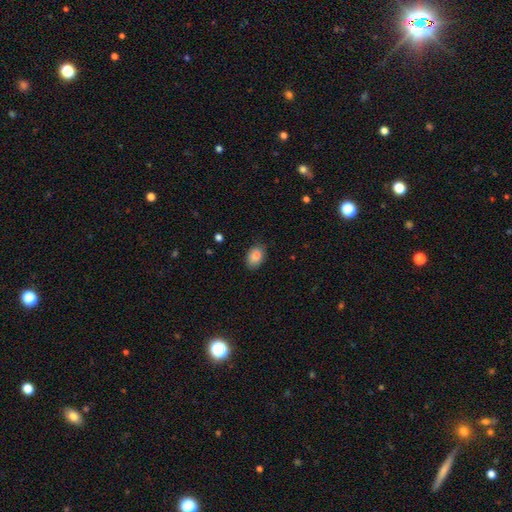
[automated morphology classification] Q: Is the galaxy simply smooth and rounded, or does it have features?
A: smooth — 85%.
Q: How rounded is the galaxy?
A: in between — 80%.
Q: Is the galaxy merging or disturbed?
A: none — 82%.